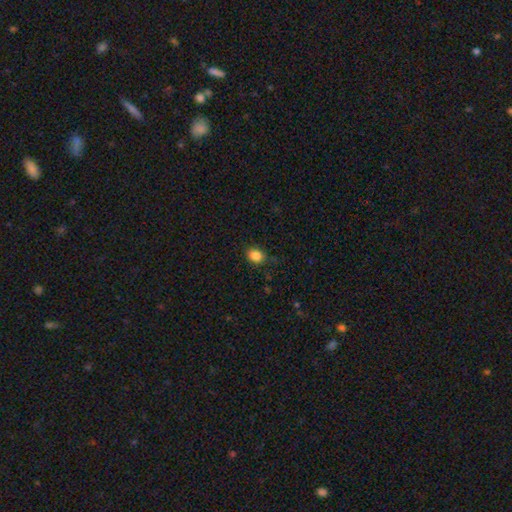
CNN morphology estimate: Smooth or featured? Predicted: smooth (p=0.86). How rounded? Predicted: in between (p=0.57). Merging? Predicted: none (p=0.82).